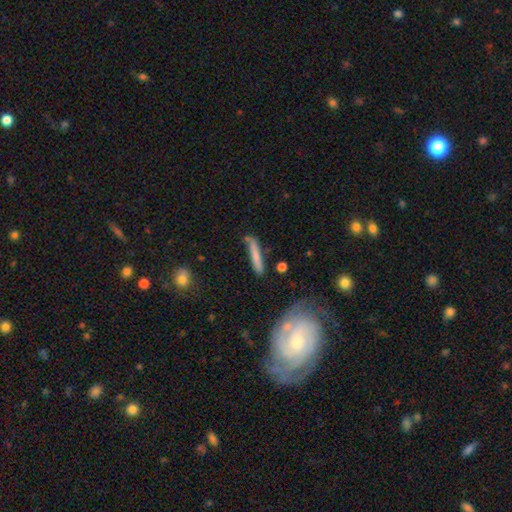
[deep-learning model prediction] A smooth galaxy with no disk features (66%) that is cigar-shaped (92%).

Vote fractions:
- Smooth or featured? smooth: 66% / featured or disk: 28% / star or artifact: 7%
- How rounded? cigar-shaped: 92% / in between: 6% / round: 2%
- Merging? none: 69% / minor disturbance: 20% / merger: 6% / major disturbance: 5%